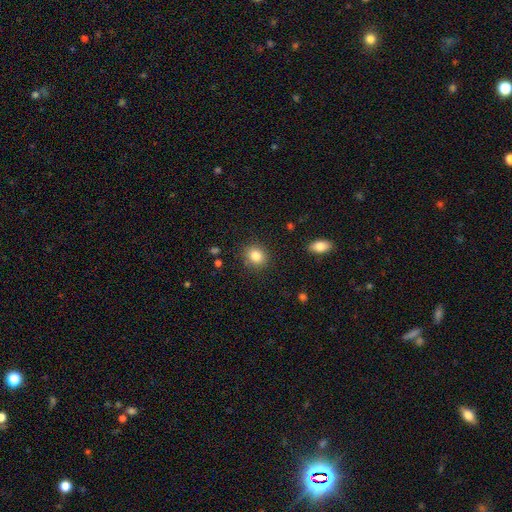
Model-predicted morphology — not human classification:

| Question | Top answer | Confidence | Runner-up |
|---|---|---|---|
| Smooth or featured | smooth | 84% | star or artifact (10%) |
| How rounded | round | 74% | in between (25%) |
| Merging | none | 86% | minor disturbance (9%) |